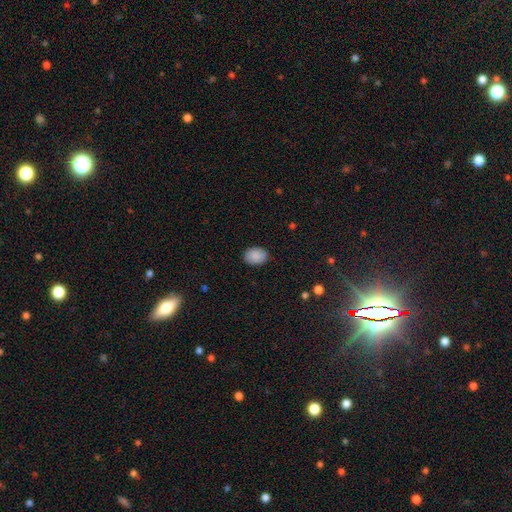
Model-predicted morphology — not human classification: smooth_or_featured: smooth (p=0.89) [alt: star or artifact p=0.07]
how_rounded: in between (p=0.72) [alt: round p=0.27]
merging: none (p=0.89) [alt: minor disturbance p=0.08]